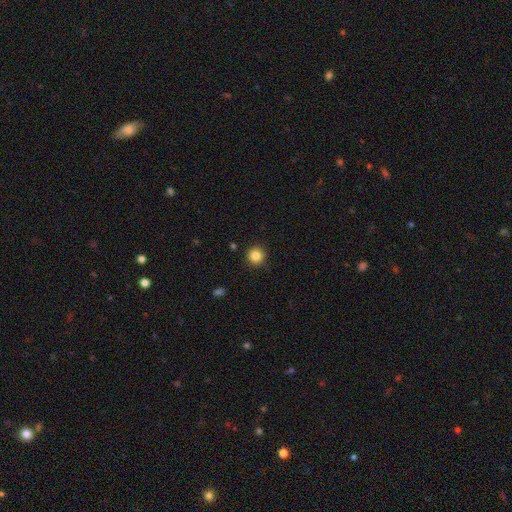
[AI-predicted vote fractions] smooth-or-featured: smooth: 84% | star or artifact: 11% | featured or disk: 5%
  how-rounded: round: 95% | in between: 4% | cigar-shaped: 1%
  merging: none: 91% | minor disturbance: 6% | major disturbance: 2% | merger: 1%